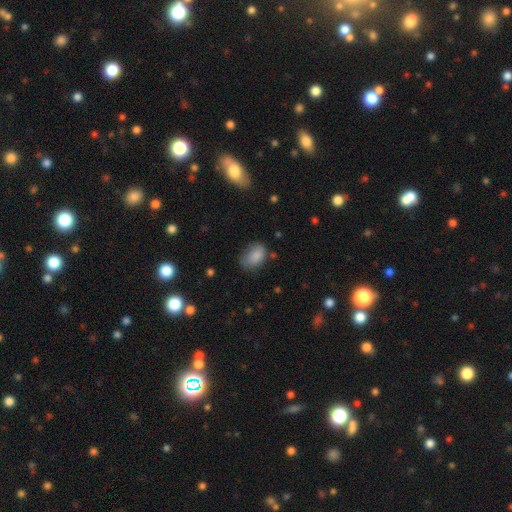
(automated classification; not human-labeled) Smooth or featured? Predicted: smooth (p=0.84). How rounded? Predicted: in between (p=0.82). Merging? Predicted: none (p=0.57).